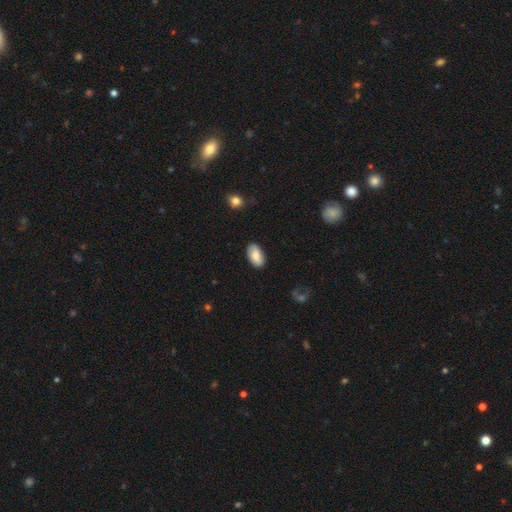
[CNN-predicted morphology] A smooth galaxy with no disk features (79%) that is in between round and cigar-shaped (94%). Merging: none (84%).